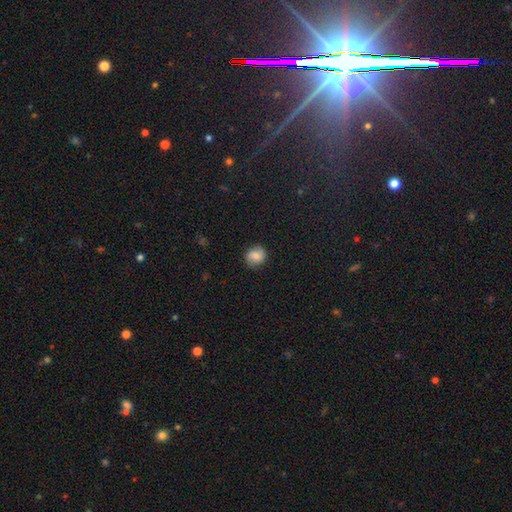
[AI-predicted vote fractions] Overall: smooth (71%). How rounded: round (78%). Merging: none (83%).